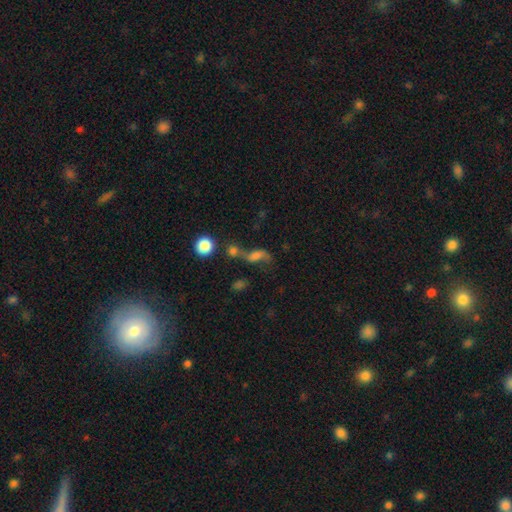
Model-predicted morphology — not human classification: The model was most divided on "merging": none: 35%, merger: 33%, major disturbance: 18%, minor disturbance: 14%. Remaining: smooth or featured — smooth (44%).